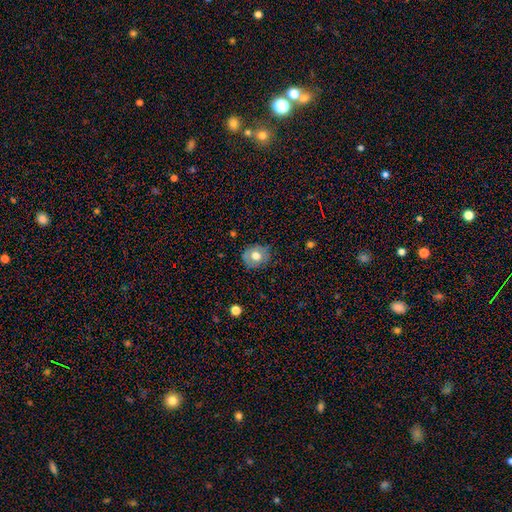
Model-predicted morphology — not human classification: Overall: smooth (68%). How rounded: round (77%). Merging: none (76%).